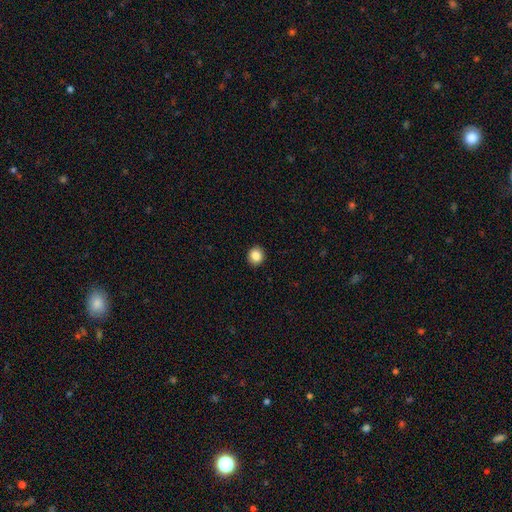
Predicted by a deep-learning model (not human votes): smooth_or_featured: smooth (p=0.86) [alt: star or artifact p=0.09]
how_rounded: round (p=0.86) [alt: in between p=0.13]
merging: none (p=0.93) [alt: minor disturbance p=0.05]